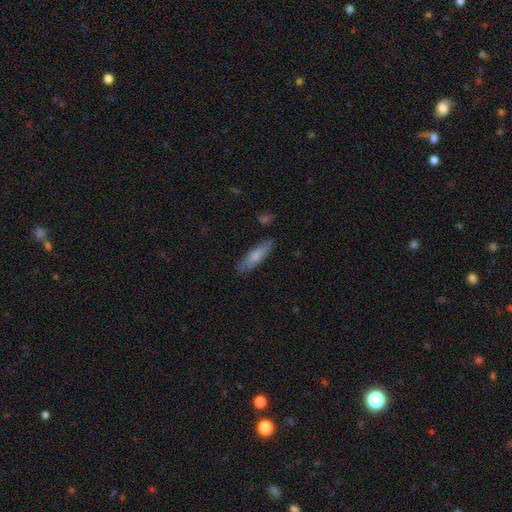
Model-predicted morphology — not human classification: Overall: smooth (67%; featured or disk 27%). How rounded: cigar-shaped (63%; in between 35%). Merging: none (81%).